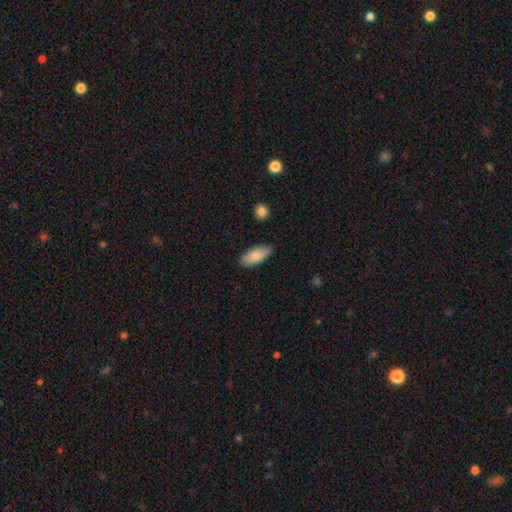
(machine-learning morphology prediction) Overall: smooth (85%). How rounded: in between (88%). Merging: none (79%).